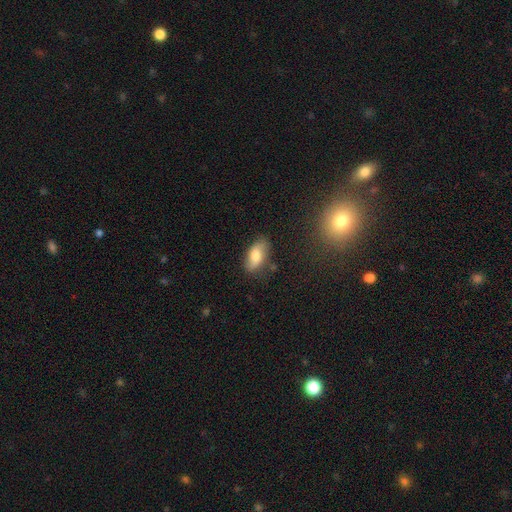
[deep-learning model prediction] Overall: smooth (68%). How rounded: in between (90%). Merging: none (74%).